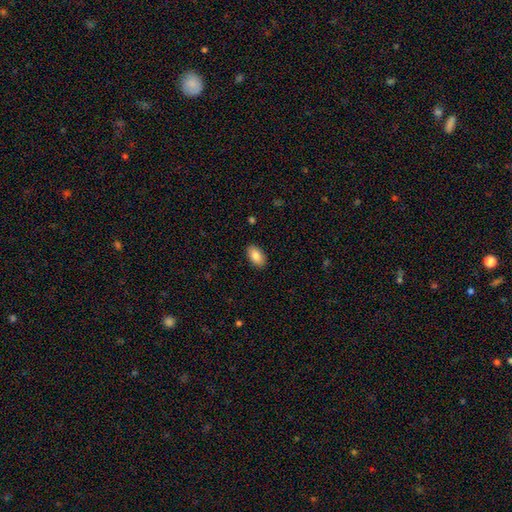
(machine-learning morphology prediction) smooth 86%, star or artifact 7%, featured or disk 7%. Down the decision tree: how rounded — in between (94%); merging — none (90%).